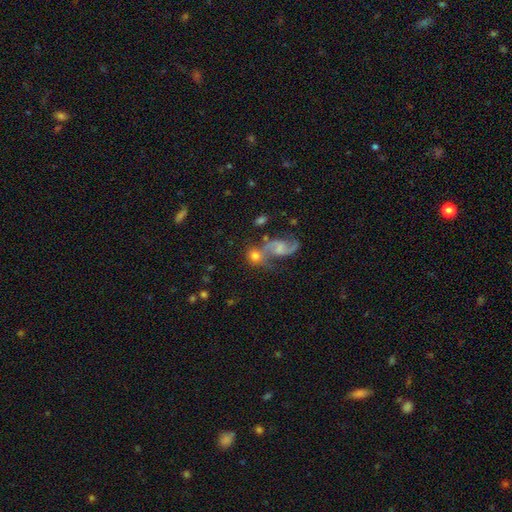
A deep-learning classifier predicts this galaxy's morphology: featured or disk 49%, smooth 39%, star or artifact 12%. Down the decision tree: merging — none (46%).